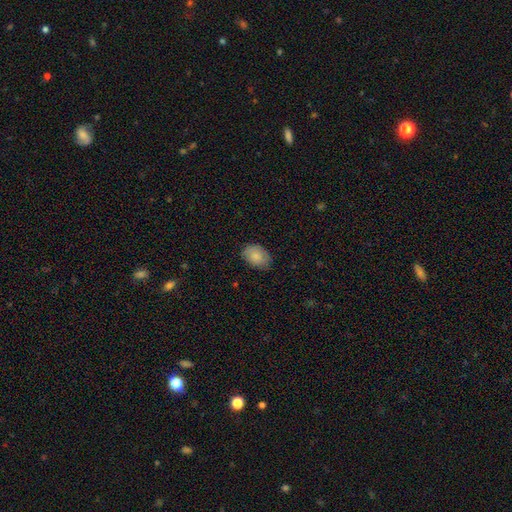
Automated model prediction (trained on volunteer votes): This appears to be a smooth galaxy with no disk features (84%) that is in between round and cigar-shaped (82%). Merging: none (78%).